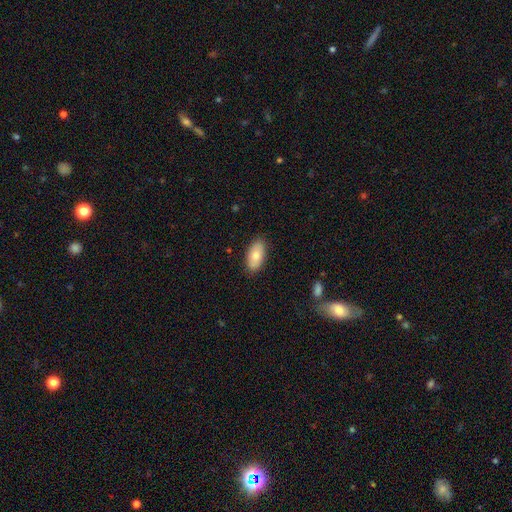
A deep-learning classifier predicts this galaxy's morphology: Smooth or featured?
  - smooth: 78% *
  - featured or disk: 15%
  - star or artifact: 6%
How rounded?
  - in between: 93% *
  - cigar-shaped: 4%
  - round: 3%
Merging?
  - none: 86% *
  - minor disturbance: 11%
  - major disturbance: 2%
  - merger: 1%